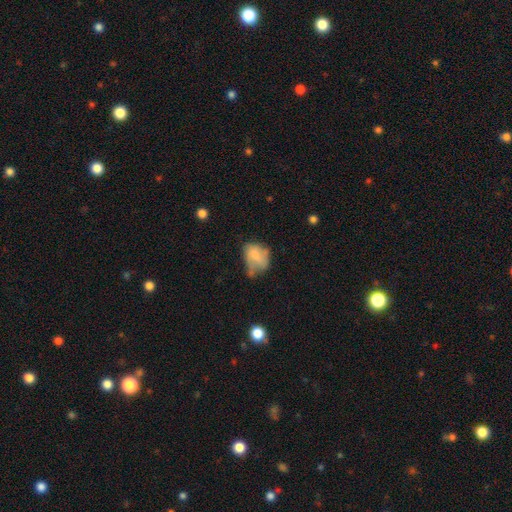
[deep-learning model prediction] Smooth or featured?
  - smooth: 69% *
  - featured or disk: 21%
  - star or artifact: 10%
How rounded?
  - in between: 69% *
  - round: 29%
  - cigar-shaped: 1%
Merging?
  - minor disturbance: 37% *
  - none: 29%
  - major disturbance: 24%
  - merger: 10%